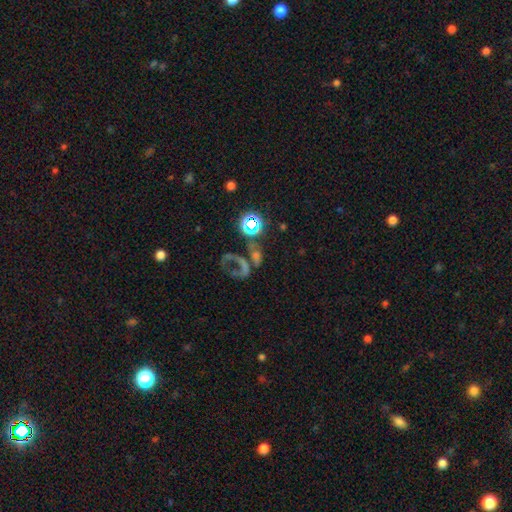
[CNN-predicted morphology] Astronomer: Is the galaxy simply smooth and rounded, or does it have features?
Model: star or artifact — 37% (runner-up: featured or disk, 34%).